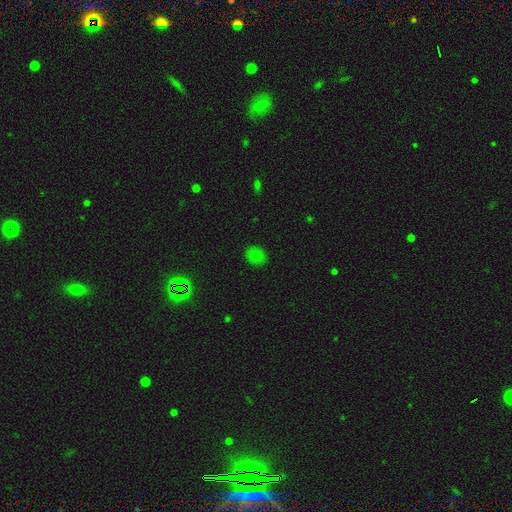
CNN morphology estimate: The model was most divided on "how rounded": round: 74%, in between: 25%, cigar-shaped: 1%. More confident: merging — none (88%); smooth or featured — smooth (73%).